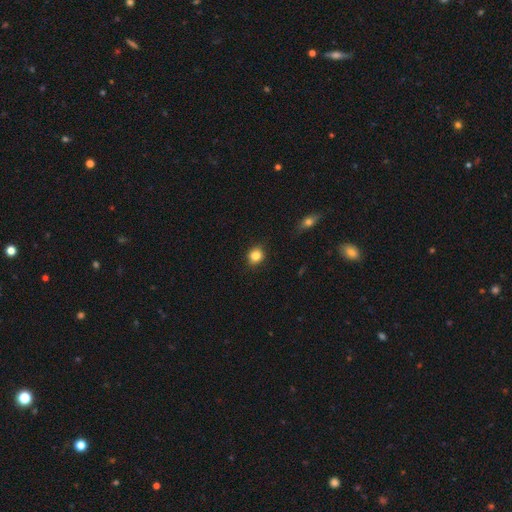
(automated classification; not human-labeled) Smooth or featured?
  - smooth: 85% *
  - star or artifact: 10%
  - featured or disk: 5%
How rounded?
  - round: 77% *
  - in between: 22%
  - cigar-shaped: 1%
Merging?
  - none: 87% *
  - minor disturbance: 10%
  - major disturbance: 2%
  - merger: 1%